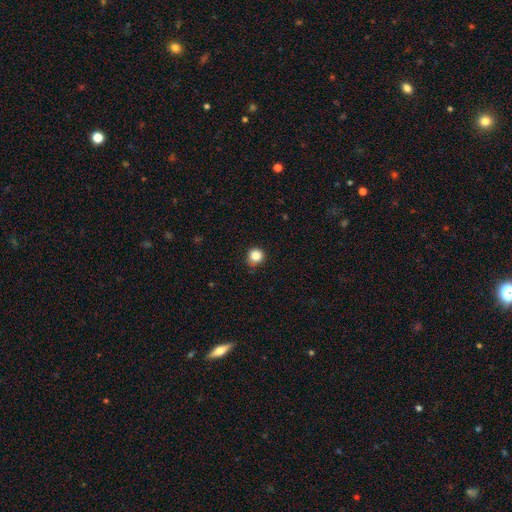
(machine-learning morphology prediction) Smooth or featured? Predicted: smooth (p=0.86). How rounded? Predicted: round (p=0.93). Merging? Predicted: none (p=0.83).